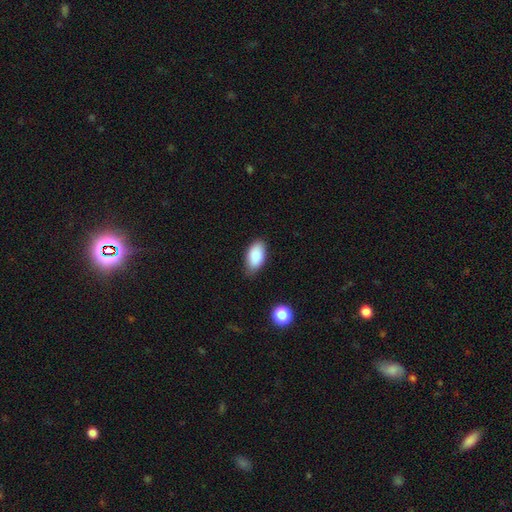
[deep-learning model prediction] The model was most divided on "merging": none: 76%, minor disturbance: 20%, major disturbance: 3%, merger: 1%. More confident: how rounded — in between (94%); smooth or featured — smooth (88%).